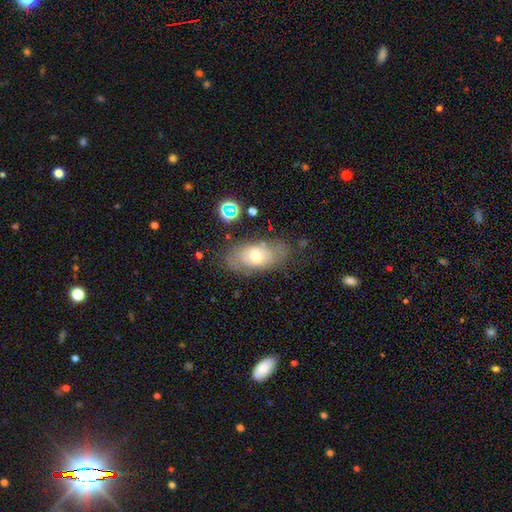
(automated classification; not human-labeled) Smooth or featured: featured or disk — 46% (smooth — 45%)
Merging: none — 69% (minor disturbance — 19%)